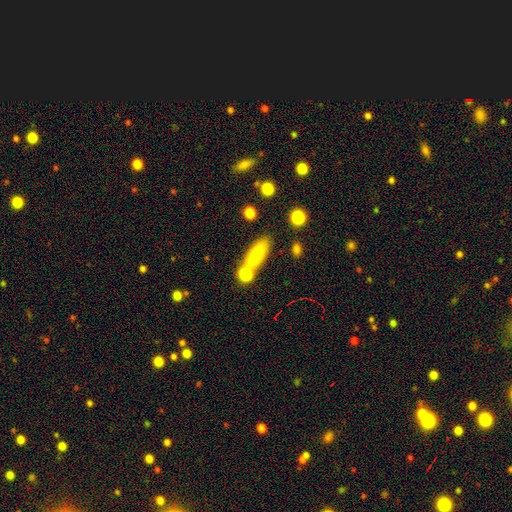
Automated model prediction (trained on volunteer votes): smooth-or-featured: smooth: 68% | featured or disk: 23% | star or artifact: 9%
  how-rounded: in between: 62% | cigar-shaped: 32% | round: 6%
  merging: none: 58% | merger: 26% | minor disturbance: 12% | major disturbance: 4%